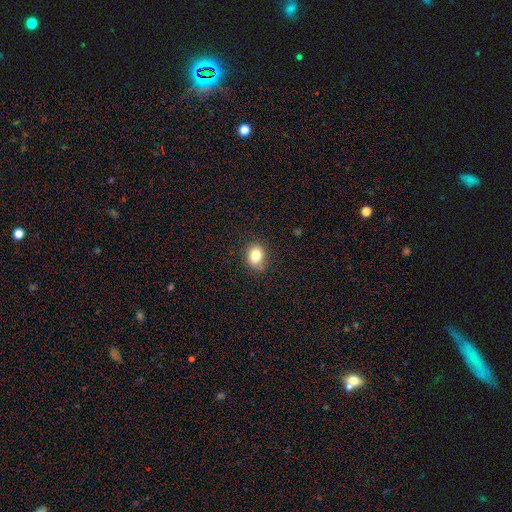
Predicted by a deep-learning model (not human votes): Smooth or featured: smooth — 82% (star or artifact — 11%)
How rounded: round — 57% (in between — 42%)
Merging: none — 78% (minor disturbance — 17%)